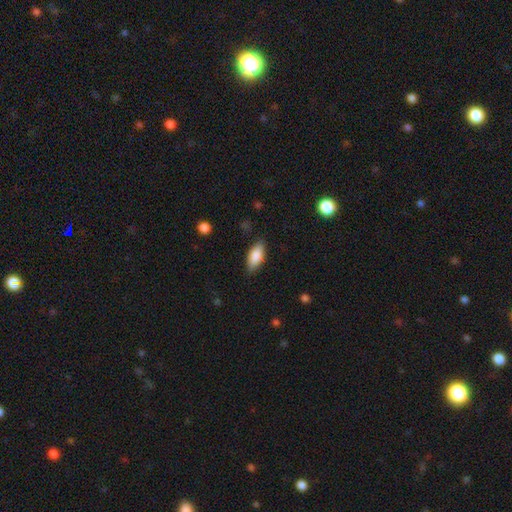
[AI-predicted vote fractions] The model was most divided on "merging": none: 84%, minor disturbance: 12%, major disturbance: 3%, merger: 1%. More confident: how rounded — in between (86%); smooth or featured — smooth (84%).